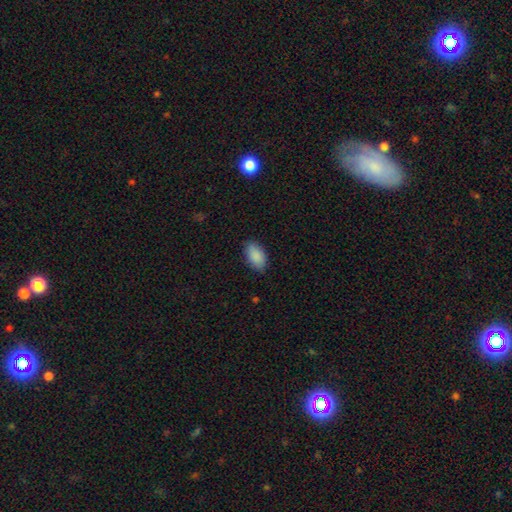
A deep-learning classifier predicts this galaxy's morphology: A smooth galaxy with no disk features (89%) that is in between round and cigar-shaped (94%).

Vote fractions:
- Smooth or featured? smooth: 89% / star or artifact: 6% / featured or disk: 4%
- How rounded? in between: 94% / round: 4% / cigar-shaped: 3%
- Merging? none: 83% / minor disturbance: 13% / major disturbance: 3% / merger: 1%